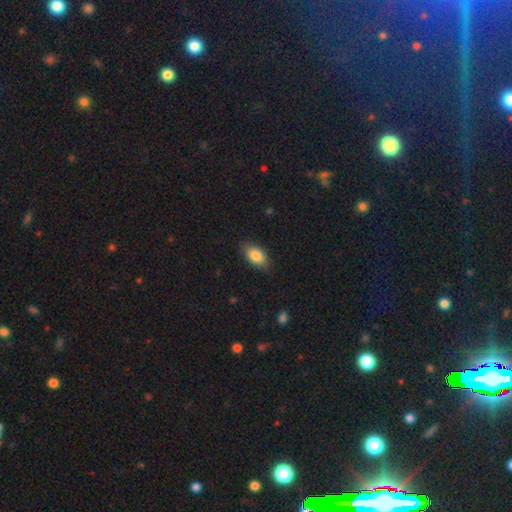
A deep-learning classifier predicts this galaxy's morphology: A smooth galaxy with no disk features (84%) that is in between round and cigar-shaped (90%).

Vote fractions:
- Smooth or featured? smooth: 84% / featured or disk: 9% / star or artifact: 7%
- How rounded? in between: 90% / round: 6% / cigar-shaped: 4%
- Merging? none: 84% / minor disturbance: 12% / major disturbance: 3% / merger: 1%